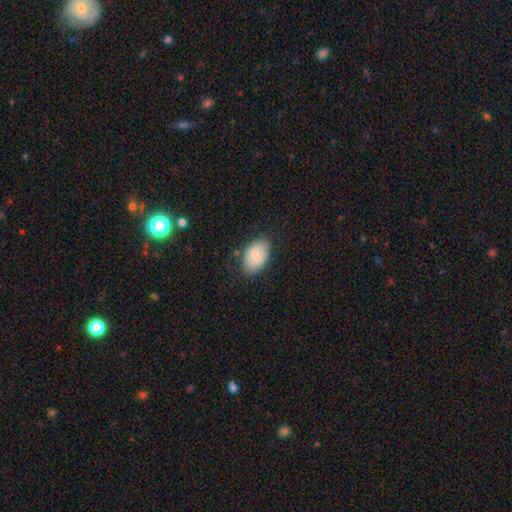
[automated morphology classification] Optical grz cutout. It shows a smooth galaxy with no disk features (78%) that is in between round and cigar-shaped (87%). Merging: none (74%).